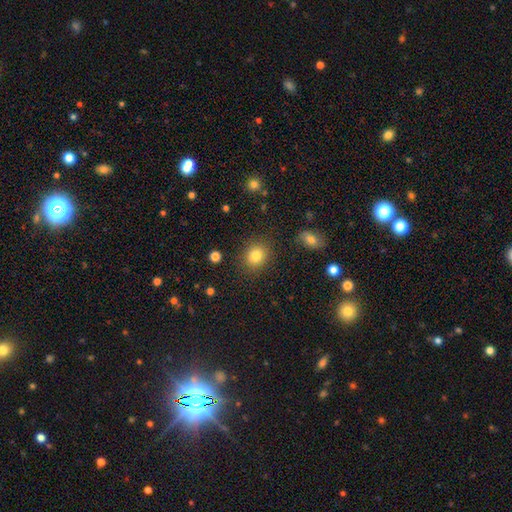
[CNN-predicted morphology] Overall: smooth (83%). How rounded: round (73%). Merging: none (87%).